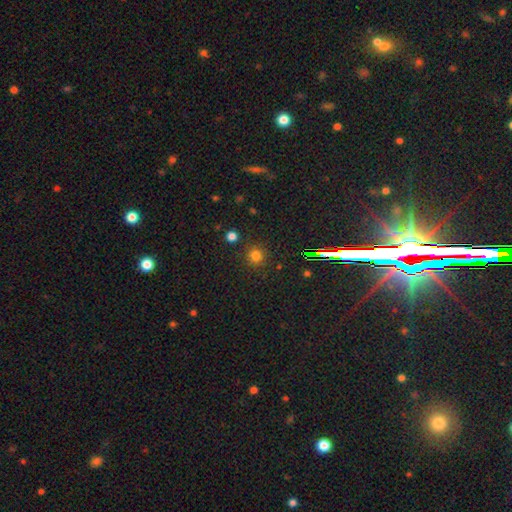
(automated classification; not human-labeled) This appears to be a smooth galaxy with no disk features (76%) that is round (92%). Merging: none (86%).